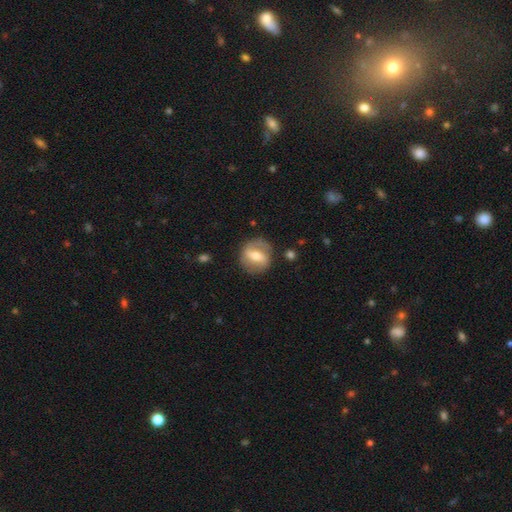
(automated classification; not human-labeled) Morphology: type=featured or disk (60%); edge-on=no (93%); bar=strong (48%); spiral arms=yes (66%); bulge=moderate (63%); merging=none (79%).